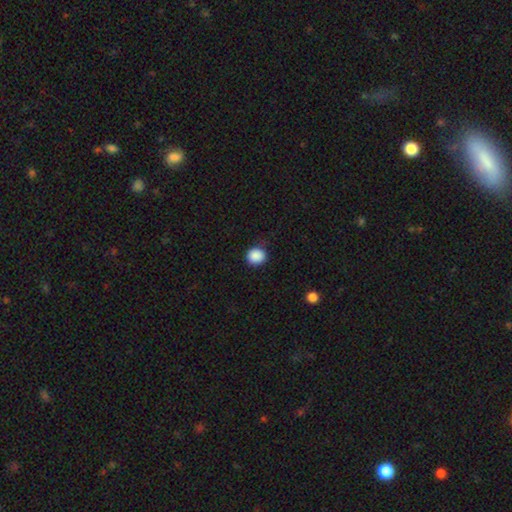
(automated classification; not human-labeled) Smooth or featured? Predicted: smooth (p=0.89). How rounded? Predicted: round (p=0.84). Merging? Predicted: none (p=0.86).